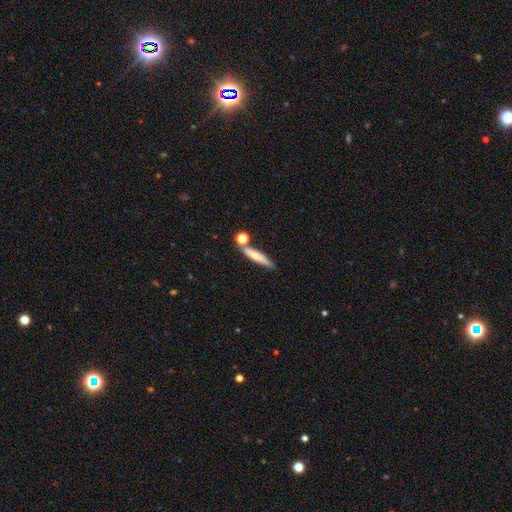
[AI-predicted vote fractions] Smooth or featured? Predicted: smooth (p=0.61). How rounded? Predicted: cigar-shaped (p=0.83). Merging? Predicted: none (p=0.68).